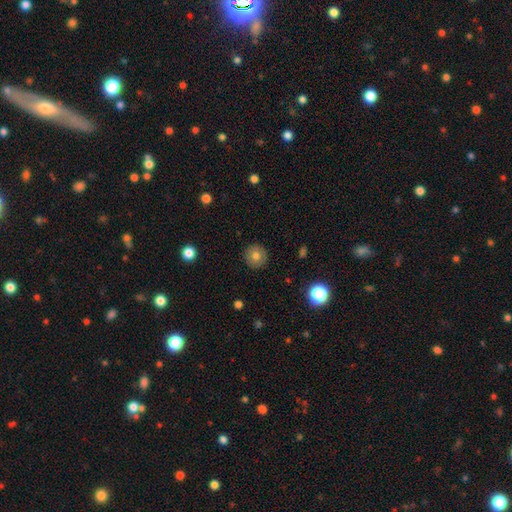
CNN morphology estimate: Overall: smooth (74%). How rounded: round (94%). Merging: none (90%).